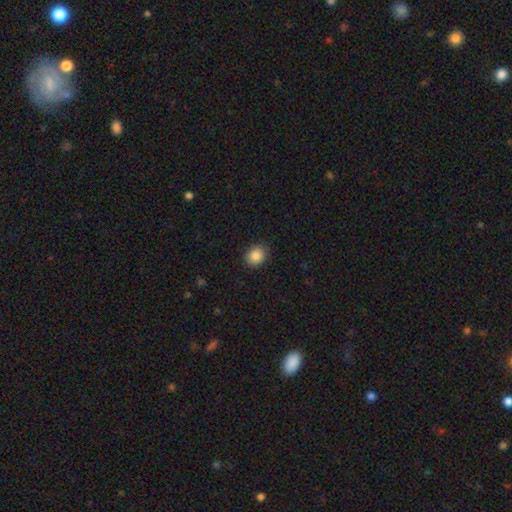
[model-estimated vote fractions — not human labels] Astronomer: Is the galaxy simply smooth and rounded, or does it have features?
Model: smooth — 86%.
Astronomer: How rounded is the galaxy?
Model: round — 58% (runner-up: in between, 41%).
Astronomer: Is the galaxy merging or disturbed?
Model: none — 88%.